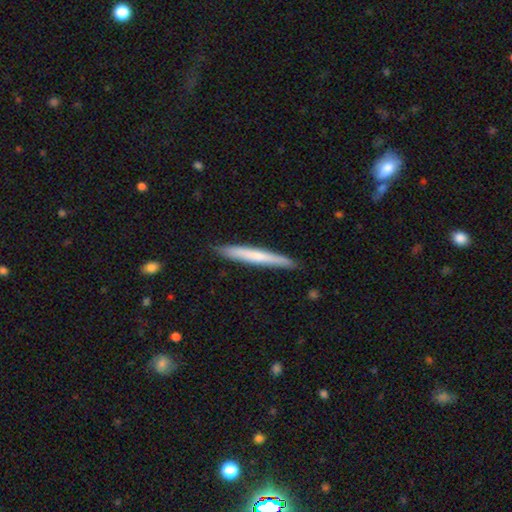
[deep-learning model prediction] Smooth or featured?
  - smooth: 60% *
  - featured or disk: 35%
  - star or artifact: 5%
How rounded?
  - cigar-shaped: 96% *
  - in between: 3%
  - round: 1%
Merging?
  - none: 89% *
  - minor disturbance: 9%
  - major disturbance: 1%
  - merger: 1%